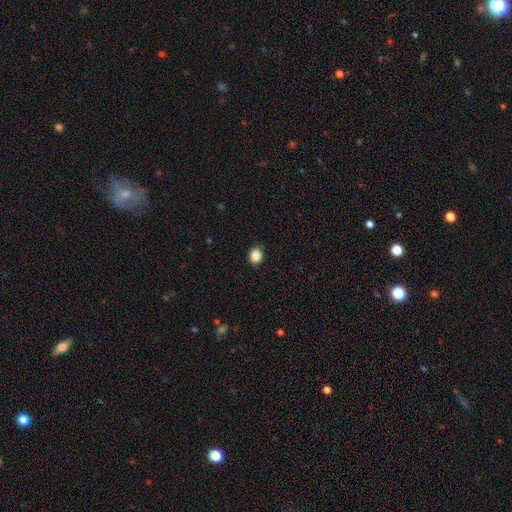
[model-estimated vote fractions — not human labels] The model was most divided on "how rounded": round: 57%, in between: 42%, cigar-shaped: 1%. More confident: merging — none (89%); smooth or featured — smooth (86%).